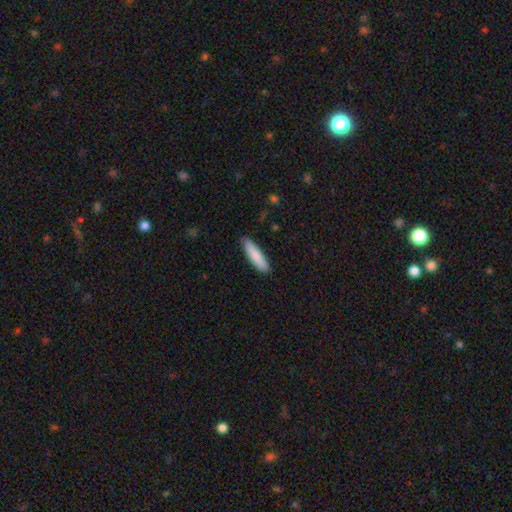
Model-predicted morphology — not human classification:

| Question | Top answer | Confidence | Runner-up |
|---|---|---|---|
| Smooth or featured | smooth | 85% | featured or disk (9%) |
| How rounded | cigar-shaped | 73% | in between (25%) |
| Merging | none | 88% | minor disturbance (9%) |